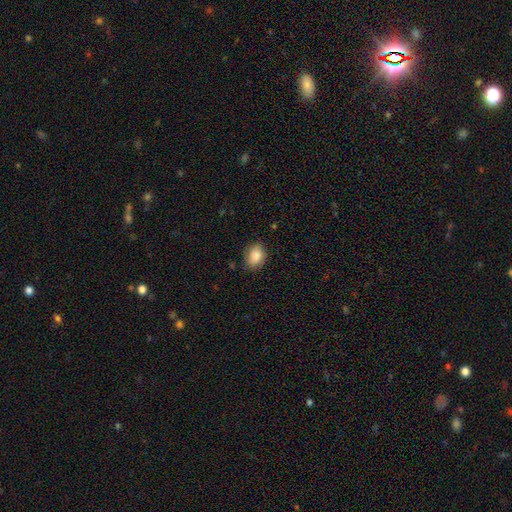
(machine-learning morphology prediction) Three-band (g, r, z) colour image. It shows a smooth galaxy with no disk features (86%) that is in between round and cigar-shaped (65%). Merging: none (77%).